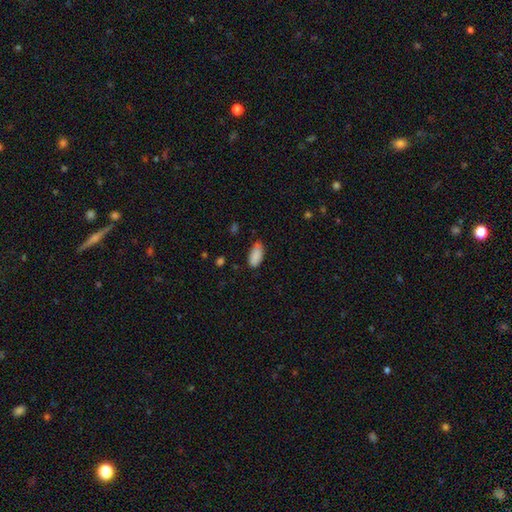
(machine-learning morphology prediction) smooth-or-featured: smooth: 88% | star or artifact: 7% | featured or disk: 5%
  how-rounded: in between: 91% | cigar-shaped: 7% | round: 2%
  merging: none: 69% | minor disturbance: 26% | major disturbance: 4% | merger: 1%